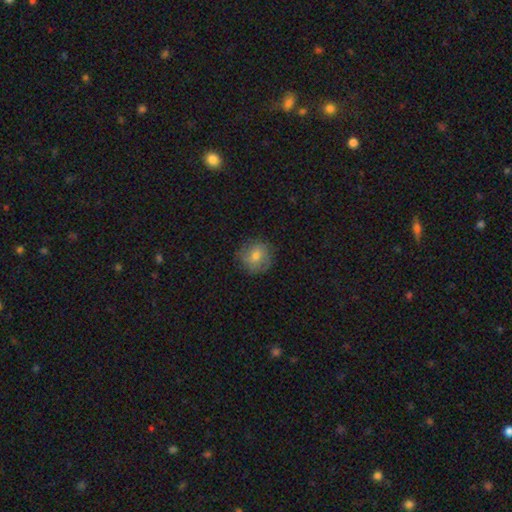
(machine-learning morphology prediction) A smooth galaxy with no disk features (69%) that is round (89%). Merging: none (80%).